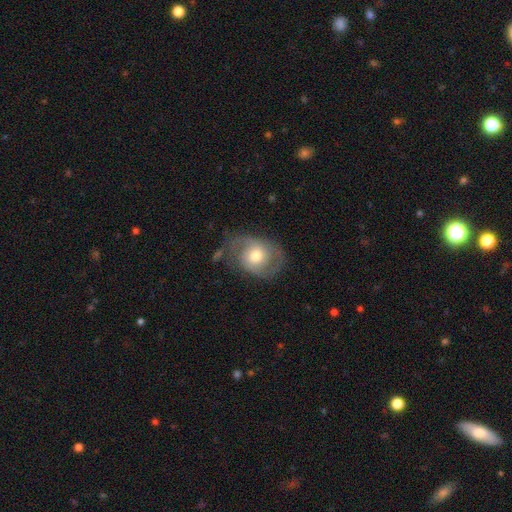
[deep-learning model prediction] smooth_or_featured: featured or disk (p=0.55) [alt: smooth p=0.38]
disk_edge_on: no (p=0.96) [alt: yes p=0.04]
bar: no (p=0.69) [alt: weak p=0.25]
has_spiral_arms: yes (p=0.74) [alt: no p=0.26]
bulge_size: moderate (p=0.70) [alt: small p=0.17]
merging: none (p=0.54) [alt: minor disturbance p=0.25]